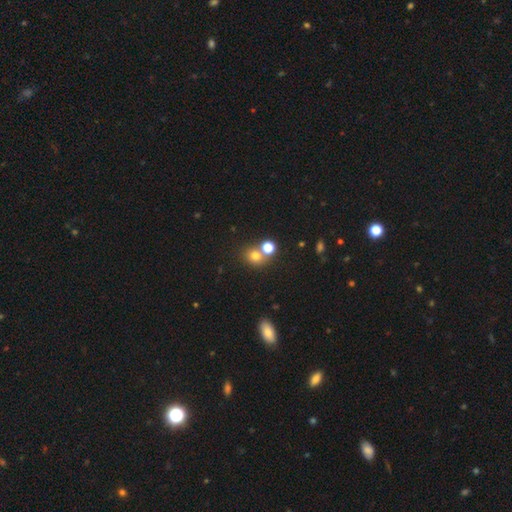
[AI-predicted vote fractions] This appears to be a smooth galaxy with no disk features (74%) that is round (76%). Merging: none (55%).